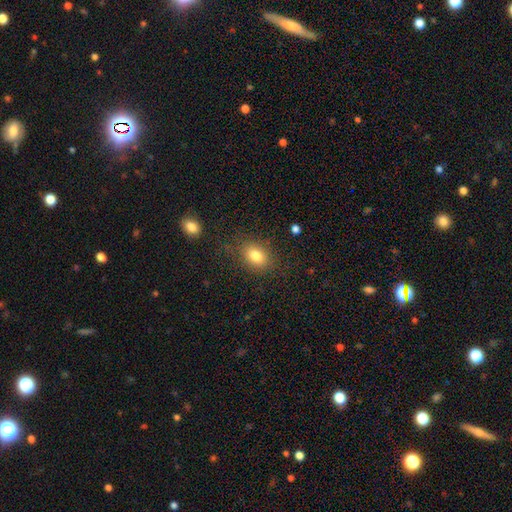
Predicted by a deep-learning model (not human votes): The model was most divided on "how rounded": in between: 72%, round: 27%, cigar-shaped: 1%. More confident: smooth or featured — smooth (82%); merging — none (81%).